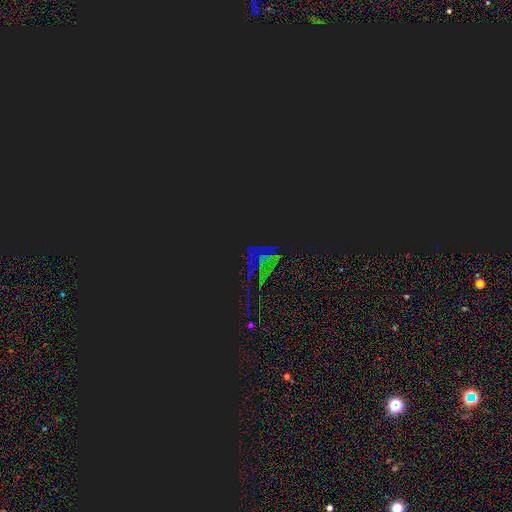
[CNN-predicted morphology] Smooth or featured: star or artifact — 73% (featured or disk — 14%)